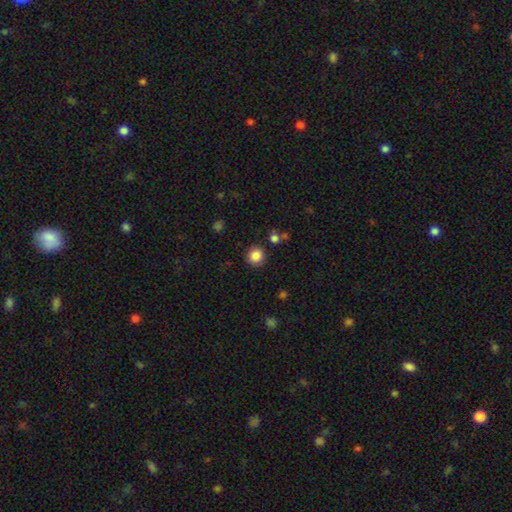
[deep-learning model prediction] Smooth or featured? Predicted: smooth (p=0.86). How rounded? Predicted: round (p=0.92). Merging? Predicted: none (p=0.87).